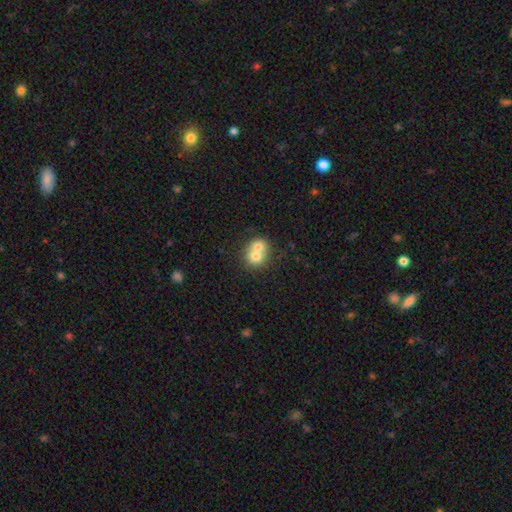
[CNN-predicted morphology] A smooth galaxy with no disk features (68%) that is round (76%). Merging: merger (67%).